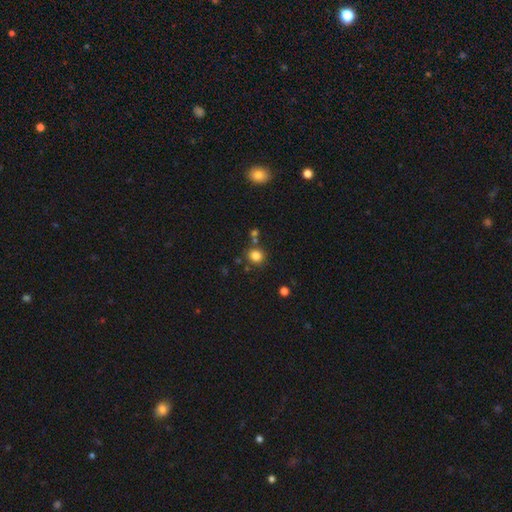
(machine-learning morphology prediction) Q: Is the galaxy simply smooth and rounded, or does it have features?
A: smooth — 82%.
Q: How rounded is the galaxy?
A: round — 86%.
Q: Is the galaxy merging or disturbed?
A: none — 79%.